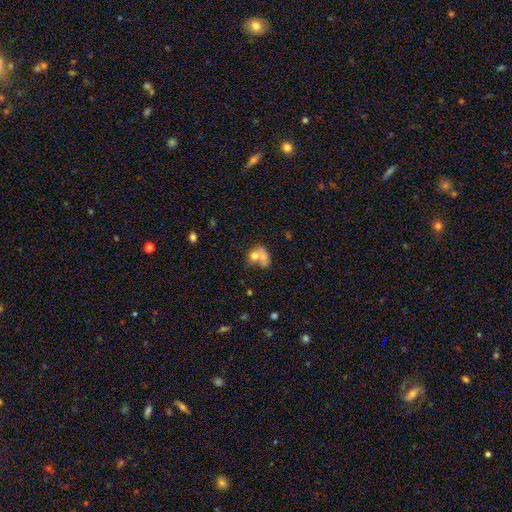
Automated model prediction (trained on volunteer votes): Overall: smooth (66%). How rounded: in between (52%; round 46%). Merging: merger (59%; none 21%).